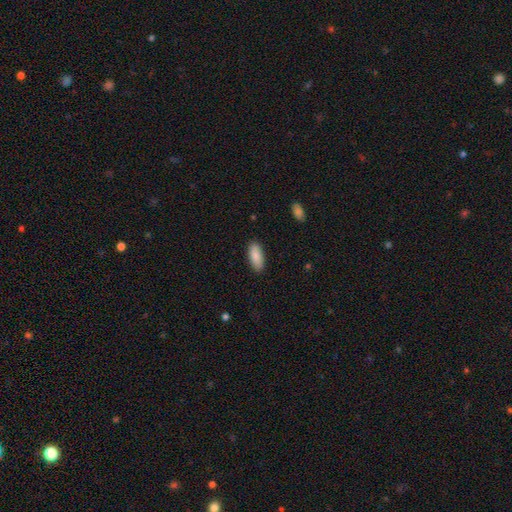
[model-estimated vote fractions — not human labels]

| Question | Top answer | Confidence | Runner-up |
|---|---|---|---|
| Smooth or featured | smooth | 89% | star or artifact (6%) |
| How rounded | in between | 80% | cigar-shaped (18%) |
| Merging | none | 88% | minor disturbance (9%) |